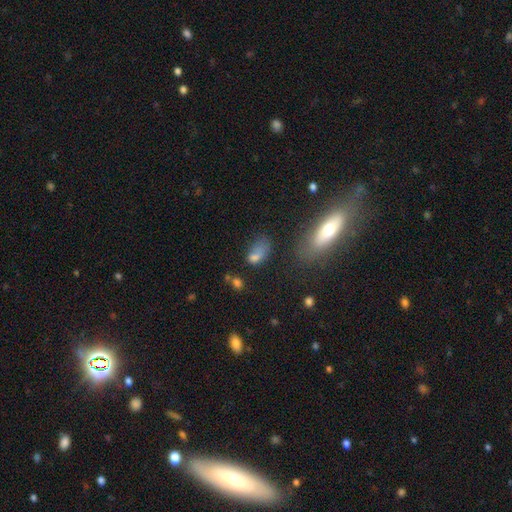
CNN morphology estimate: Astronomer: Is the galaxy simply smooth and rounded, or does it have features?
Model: smooth — 66%.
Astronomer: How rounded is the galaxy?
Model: in between — 76%.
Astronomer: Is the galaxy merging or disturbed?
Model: none — 46% (runner-up: minor disturbance, 23%).